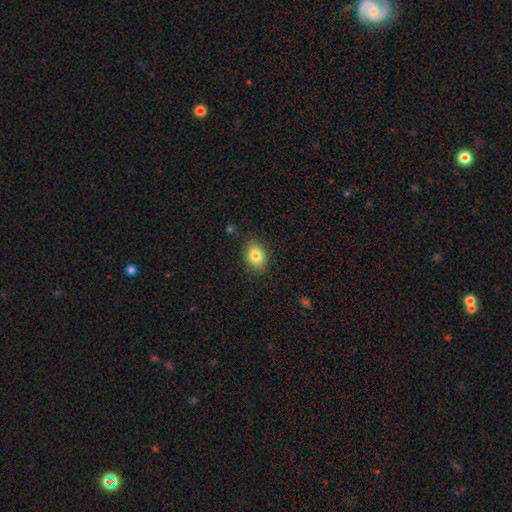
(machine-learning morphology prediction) This appears to be a smooth galaxy with no disk features (82%) that is in between round and cigar-shaped (72%). Merging: none (85%).